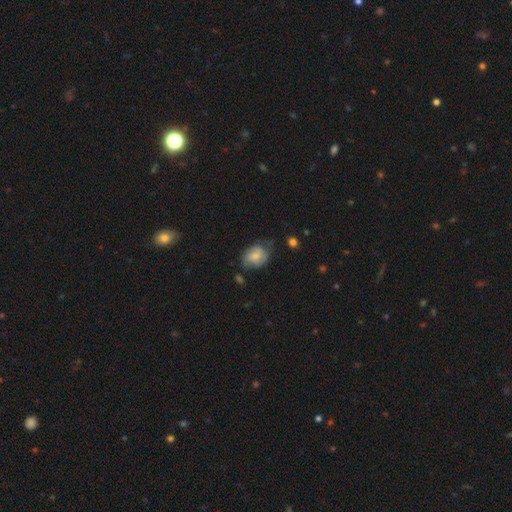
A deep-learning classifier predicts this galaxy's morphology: Smooth or featured? Predicted: smooth (p=0.58). How rounded? Predicted: in between (p=0.64). Merging? Predicted: none (p=0.52).